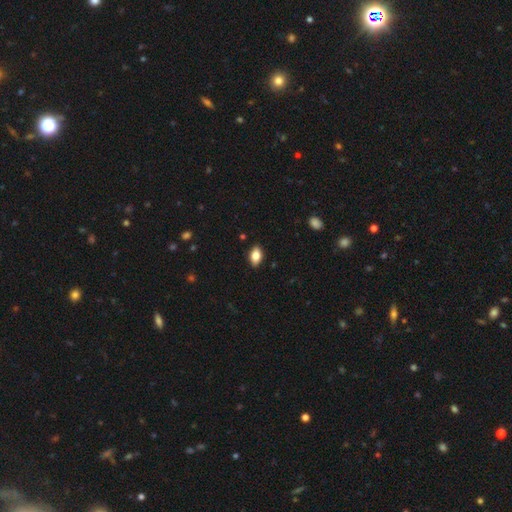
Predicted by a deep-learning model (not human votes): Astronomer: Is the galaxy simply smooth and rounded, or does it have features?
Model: smooth — 81%.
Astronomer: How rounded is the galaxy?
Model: in between — 89%.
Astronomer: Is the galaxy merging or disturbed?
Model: none — 88%.